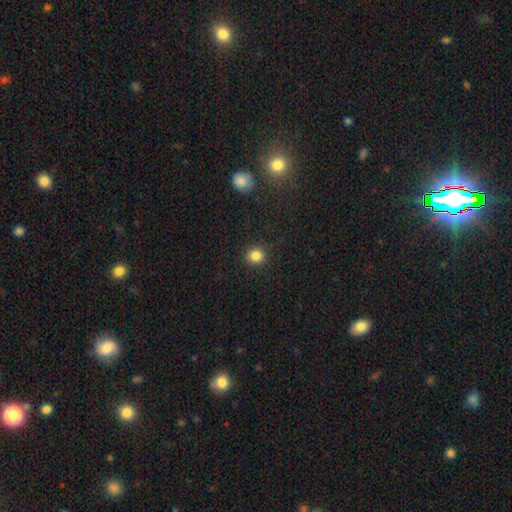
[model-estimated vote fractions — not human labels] smooth 84%, star or artifact 11%, featured or disk 5%. Down the decision tree: how rounded — round (84%); merging — none (89%).